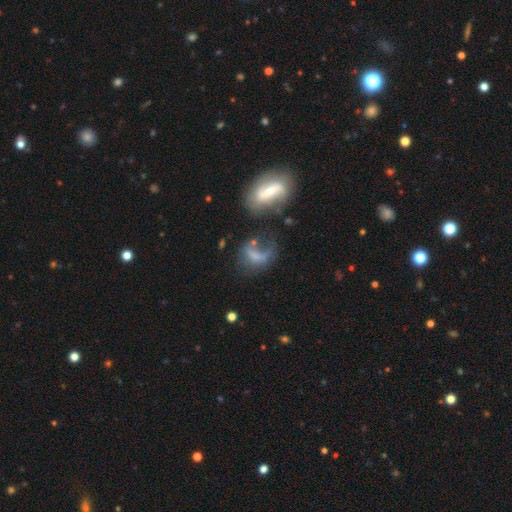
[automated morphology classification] Smooth or featured?
  - smooth: 45% *
  - featured or disk: 39%
  - star or artifact: 15%
Merging?
  - major disturbance: 40% *
  - none: 25%
  - merger: 19%
  - minor disturbance: 16%